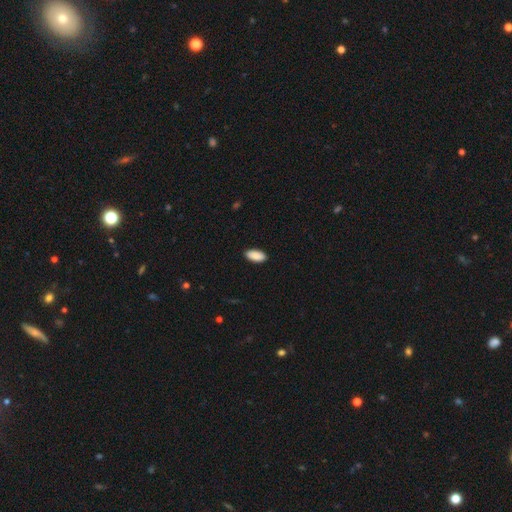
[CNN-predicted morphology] This is clearly a smooth galaxy (91%). How rounded: clearly in between (91%). Merging: clearly none (89%).